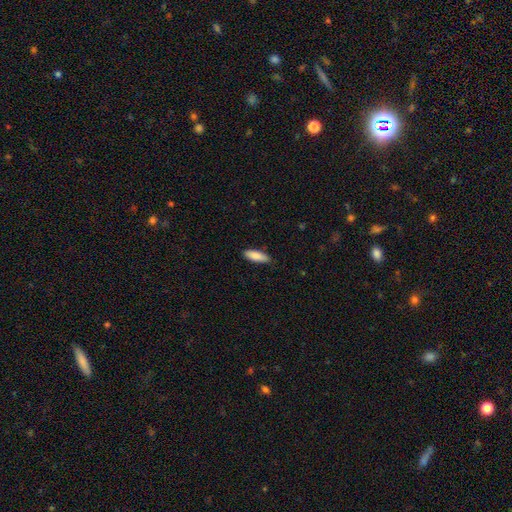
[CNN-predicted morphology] Smooth or featured: smooth — 87% (featured or disk — 7%)
How rounded: in between — 63% (cigar-shaped — 36%)
Merging: none — 83% (minor disturbance — 14%)